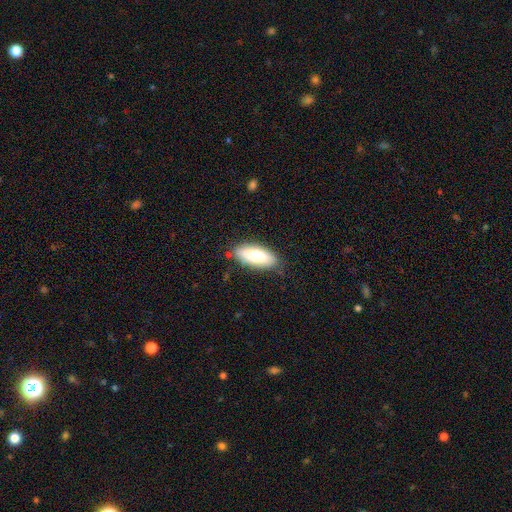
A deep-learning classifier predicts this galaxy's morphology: A smooth galaxy with no disk features (76%) that is in between round and cigar-shaped (82%).

Vote fractions:
- Smooth or featured? smooth: 76% / featured or disk: 18% / star or artifact: 6%
- How rounded? in between: 82% / cigar-shaped: 16% / round: 2%
- Merging? none: 82% / minor disturbance: 13% / major disturbance: 3% / merger: 2%